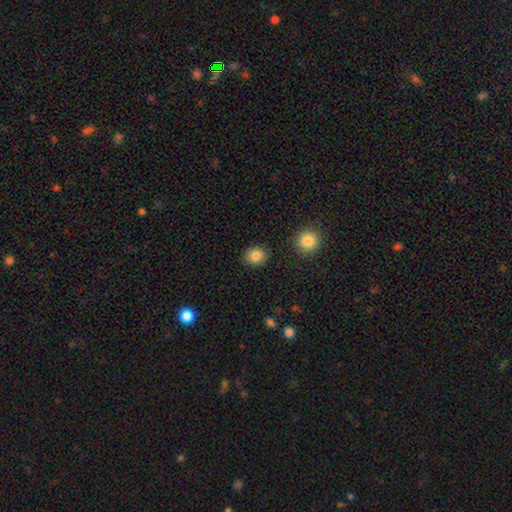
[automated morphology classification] type=smooth (86%); roundness=round (68%); merging=none (87%).